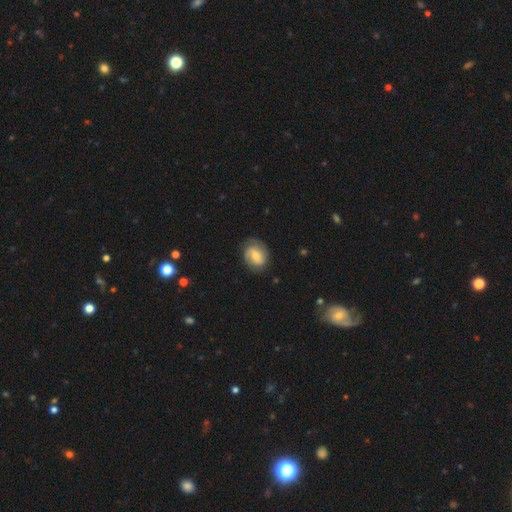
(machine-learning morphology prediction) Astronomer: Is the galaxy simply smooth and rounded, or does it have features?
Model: featured or disk — 50% (runner-up: smooth, 43%).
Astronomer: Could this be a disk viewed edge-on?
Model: no — 97%.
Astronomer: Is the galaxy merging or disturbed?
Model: none — 76%.